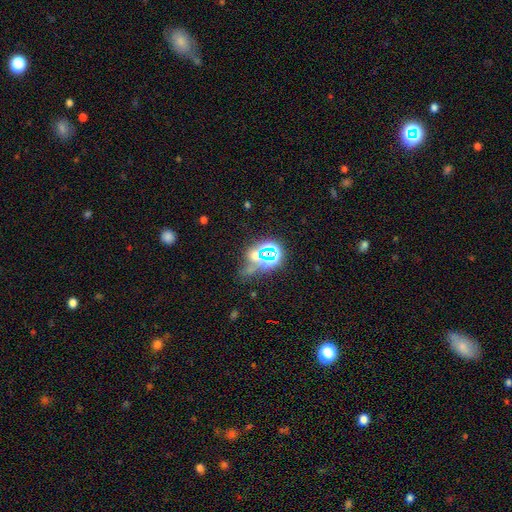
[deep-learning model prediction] This is likely a star or artifact rather than a galaxy (61%).